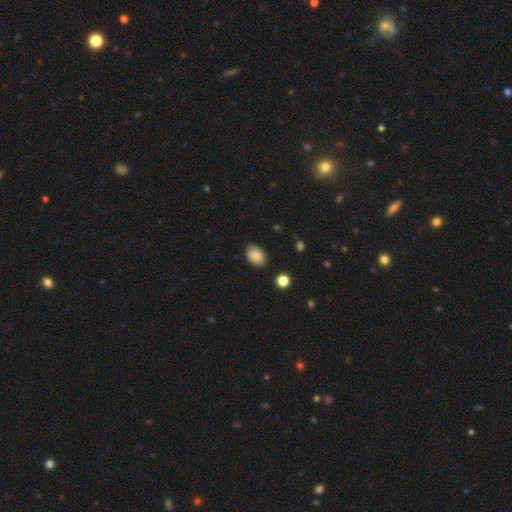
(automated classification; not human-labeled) Morphology: type=smooth (82%); roundness=in between (82%); merging=none (80%).